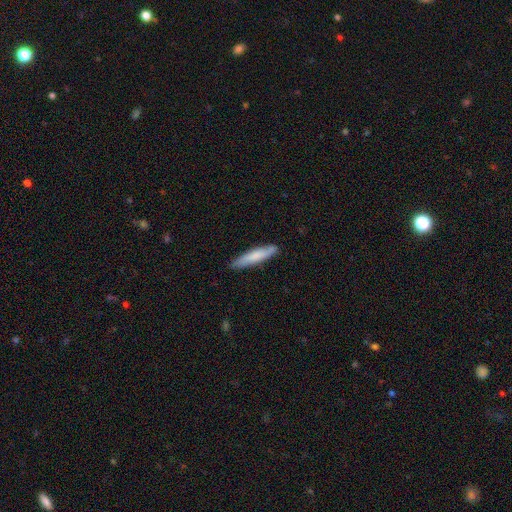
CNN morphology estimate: smooth_or_featured: smooth (p=0.73) [alt: featured or disk p=0.22]
how_rounded: cigar-shaped (p=0.88) [alt: in between p=0.11]
merging: none (p=0.85) [alt: minor disturbance p=0.12]